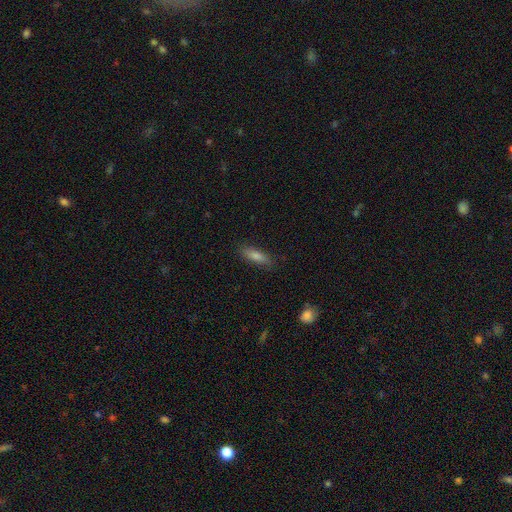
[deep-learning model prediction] Smooth or featured?
  - smooth: 74% *
  - featured or disk: 16%
  - star or artifact: 9%
How rounded?
  - cigar-shaped: 57% *
  - in between: 41%
  - round: 2%
Merging?
  - none: 84% *
  - minor disturbance: 12%
  - major disturbance: 3%
  - merger: 1%